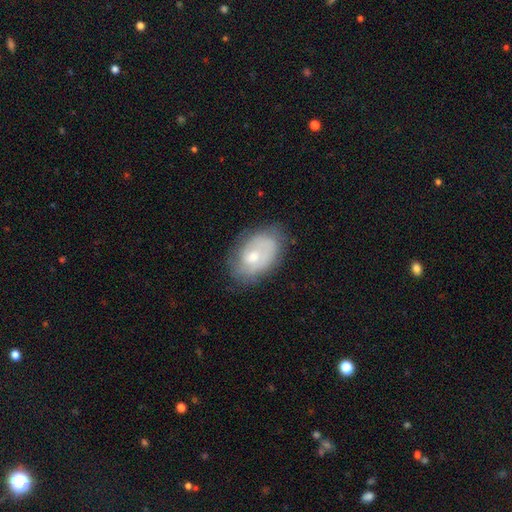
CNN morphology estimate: A featured or disk galaxy (51%).

Vote fractions:
- Smooth or featured? featured or disk: 51% / smooth: 41% / star or artifact: 7%
- Edge-on disk? no: 94% / yes: 6%
- Merging? none: 65% / minor disturbance: 25% / major disturbance: 9% / merger: 2%